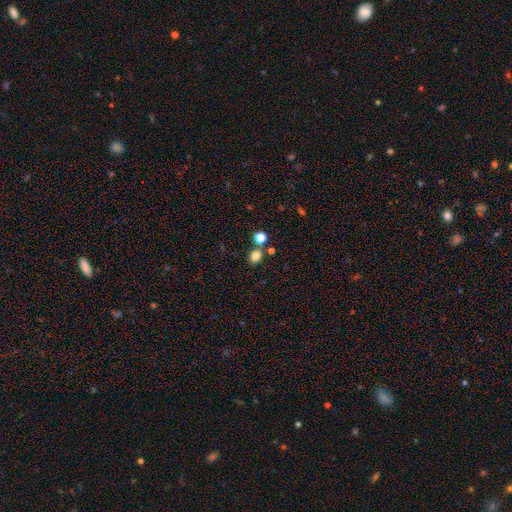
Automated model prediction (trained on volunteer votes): Morphology: type=smooth (81%); roundness=round (57%); merging=none (74%).